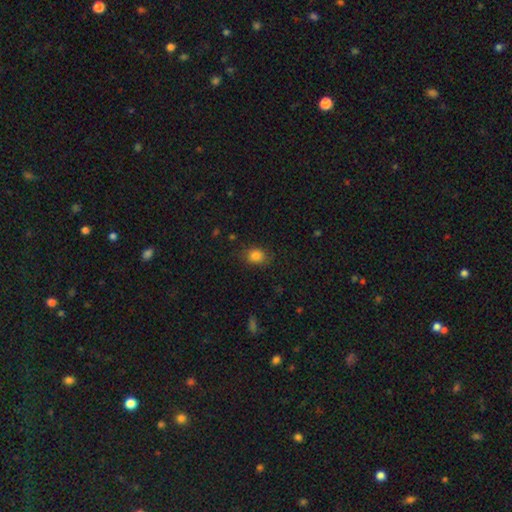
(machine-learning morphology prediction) A smooth galaxy with no disk features (84%) that is round (54%). Merging: none (81%).